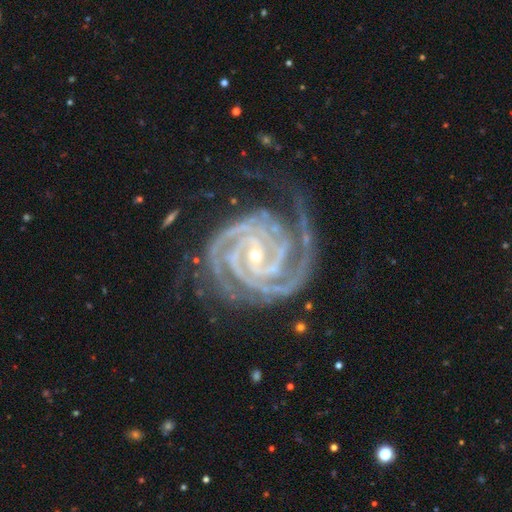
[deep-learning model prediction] Smooth or featured? featured or disk (94%)
Edge-on disk? no (98%)
Bar? no (35%)
Spiral arms? yes (99%)
Spiral winding? tight (80%)
Spiral arm count? 2 (35%)
Bulge size? small (75%)
Merging? none (67%)